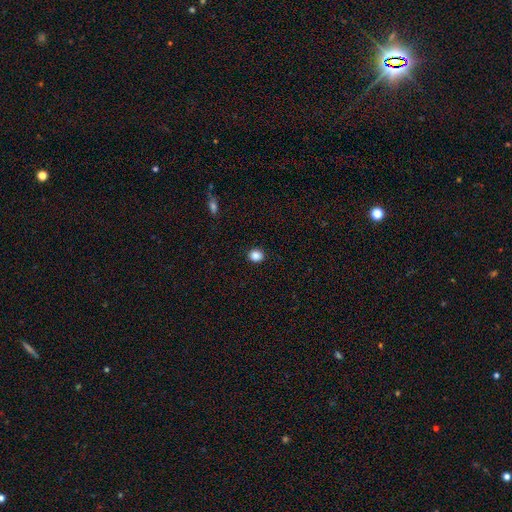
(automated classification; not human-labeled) Smooth or featured? Predicted: smooth (p=0.87). How rounded? Predicted: round (p=0.79). Merging? Predicted: none (p=0.91).